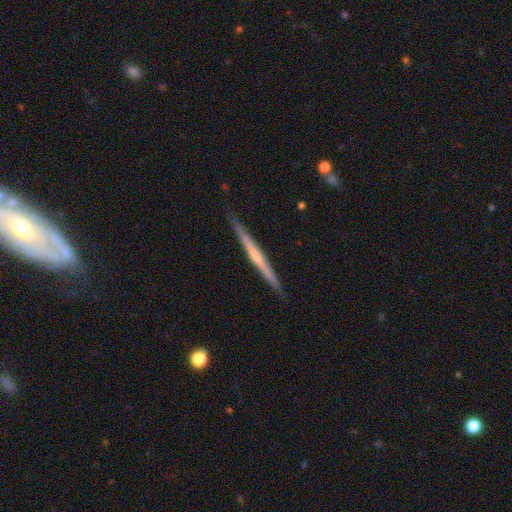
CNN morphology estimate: type=featured or disk (75%); edge-on=yes (98%); edge-on bulge=rounded (66%); merging=none (88%).